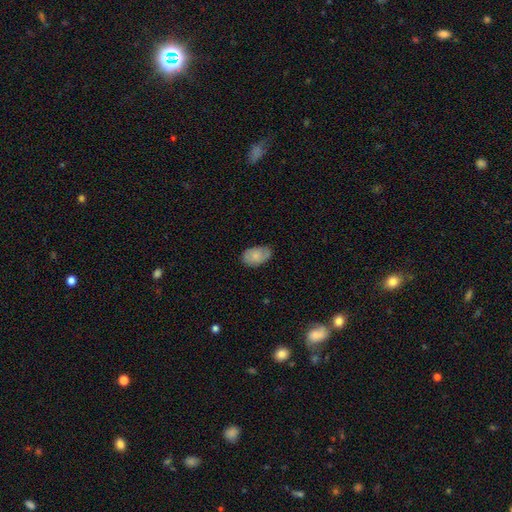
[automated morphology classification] smooth 76%, featured or disk 17%, star or artifact 6%. Down the decision tree: how rounded — in between (91%); merging — none (67%).